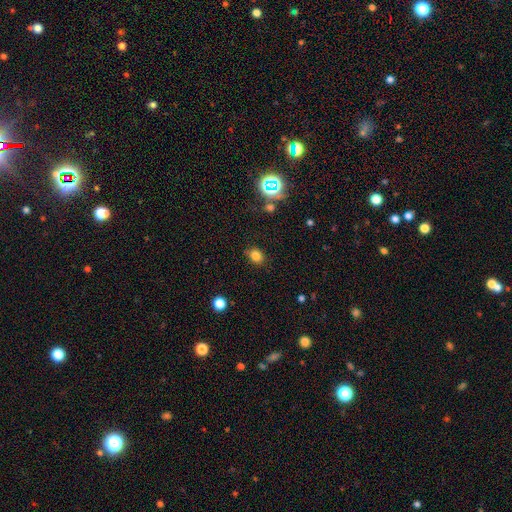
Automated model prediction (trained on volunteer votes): Q: Smooth or featured?
A: smooth (77%); runner-up: star or artifact (17%)
Q: How rounded?
A: in between (52%); runner-up: round (47%)
Q: Merging?
A: none (82%); runner-up: minor disturbance (13%)